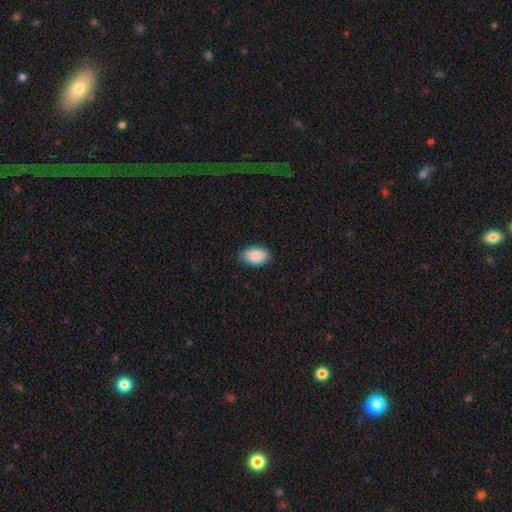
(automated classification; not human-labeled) Smooth or featured? Predicted: smooth (p=0.90). How rounded? Predicted: in between (p=0.90). Merging? Predicted: none (p=0.83).